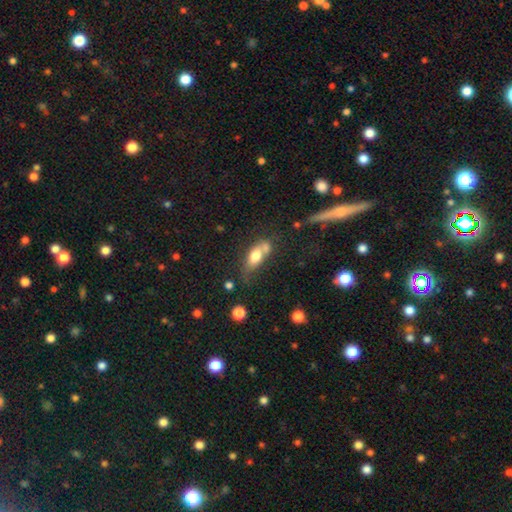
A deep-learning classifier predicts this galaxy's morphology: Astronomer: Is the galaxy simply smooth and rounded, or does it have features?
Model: smooth — 70%.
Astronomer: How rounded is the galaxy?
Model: in between — 78%.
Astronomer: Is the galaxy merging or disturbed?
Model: merger — 34% (runner-up: none, 32%).